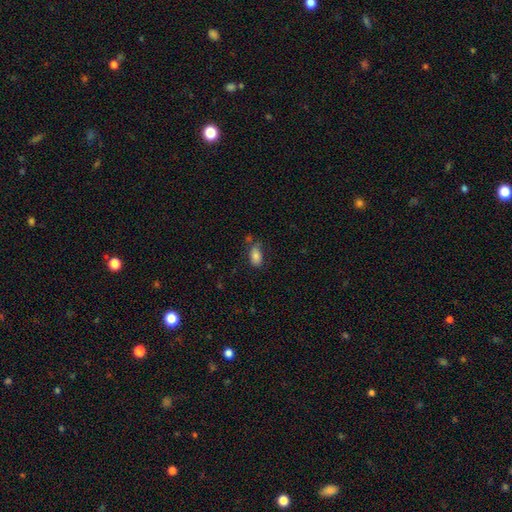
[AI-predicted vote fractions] Overall: smooth (83%). How rounded: in between (92%). Merging: none (63%).